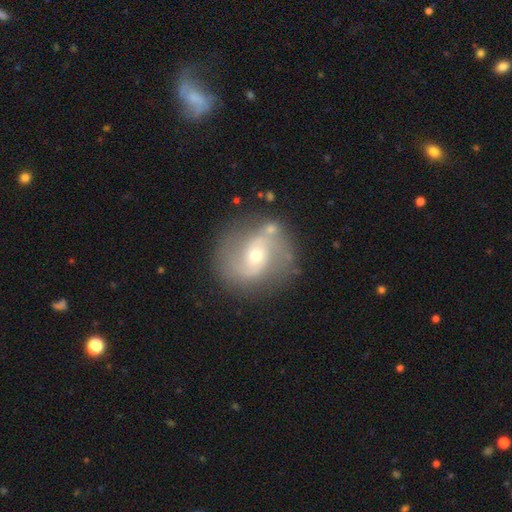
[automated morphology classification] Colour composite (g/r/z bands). It shows a featured or disk galaxy (78%) with no bar (52%), 2 (87%) medium (47%) spiral arms (91%) and a small central bulge (48%, tied with moderate). Merging: none (74%).